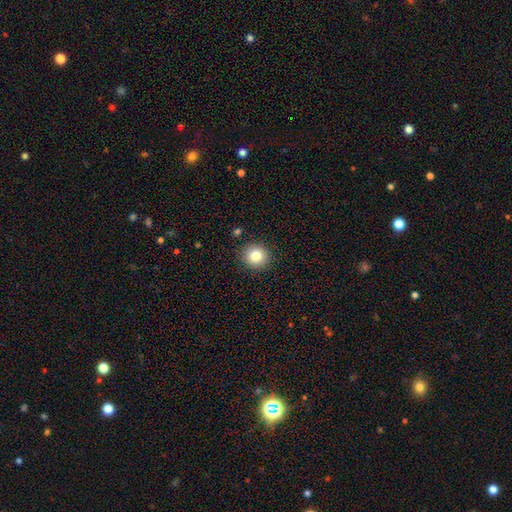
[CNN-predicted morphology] A smooth galaxy with no disk features (81%) that is round (91%). Merging: none (90%).